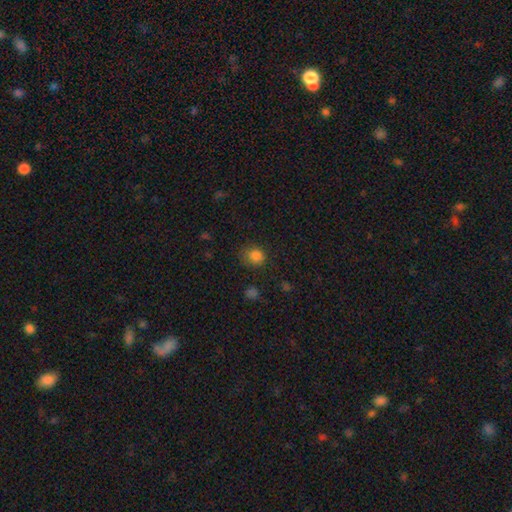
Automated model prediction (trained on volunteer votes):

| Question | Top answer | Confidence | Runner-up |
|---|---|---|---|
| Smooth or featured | smooth | 81% | star or artifact (13%) |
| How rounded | round | 73% | in between (26%) |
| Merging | none | 68% | minor disturbance (22%) |